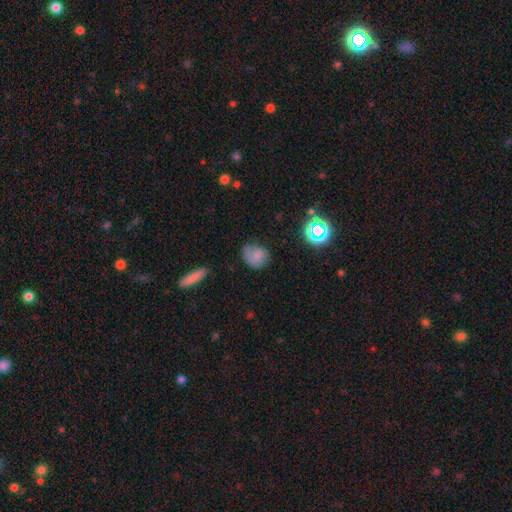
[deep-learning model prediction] Smooth or featured: smooth — 70% (featured or disk — 17%)
How rounded: round — 63% (in between — 36%)
Merging: none — 52% (minor disturbance — 31%)